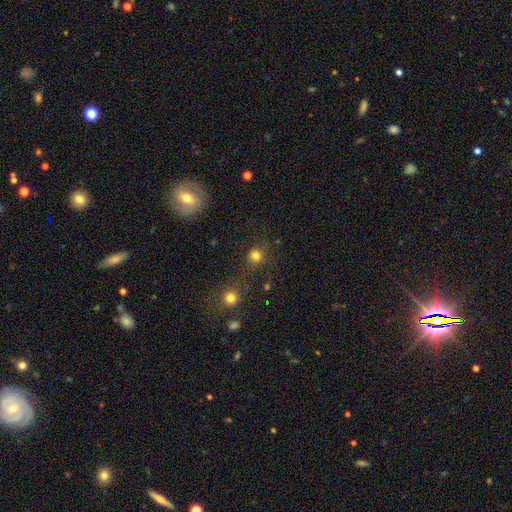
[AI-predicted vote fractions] This appears to be a smooth galaxy with no disk features (78%) that is round (91%). Merging: none (73%).